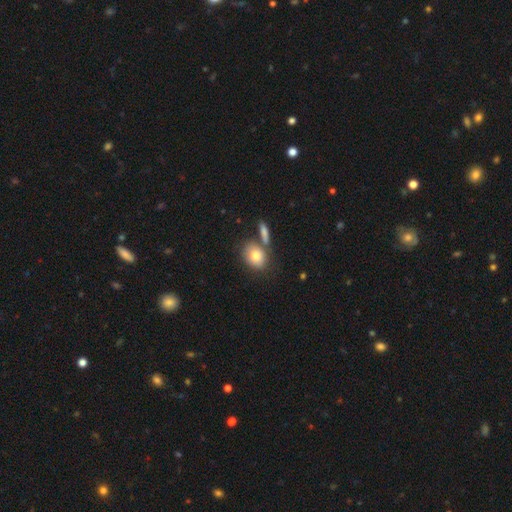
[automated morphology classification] Smooth or featured? Predicted: smooth (p=0.77). How rounded? Predicted: round (p=0.50). Merging? Predicted: none (p=0.57).